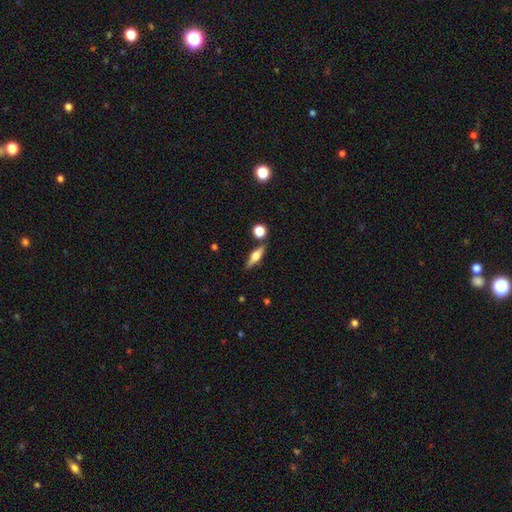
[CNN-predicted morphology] Q: Smooth or featured?
A: featured or disk (52%); runner-up: smooth (41%)
Q: Edge-on disk?
A: yes (93%); runner-up: no (7%)
Q: Merging?
A: none (80%); runner-up: minor disturbance (10%)